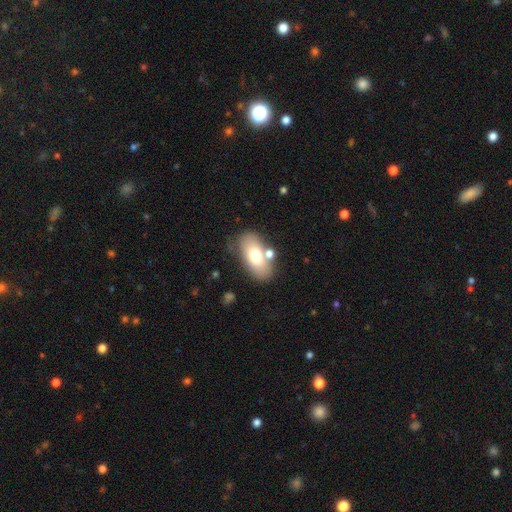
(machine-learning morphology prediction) smooth_or_featured: smooth (p=0.69) [alt: featured or disk p=0.23]
how_rounded: in between (p=0.91) [alt: round p=0.06]
merging: none (p=0.66) [alt: minor disturbance p=0.16]